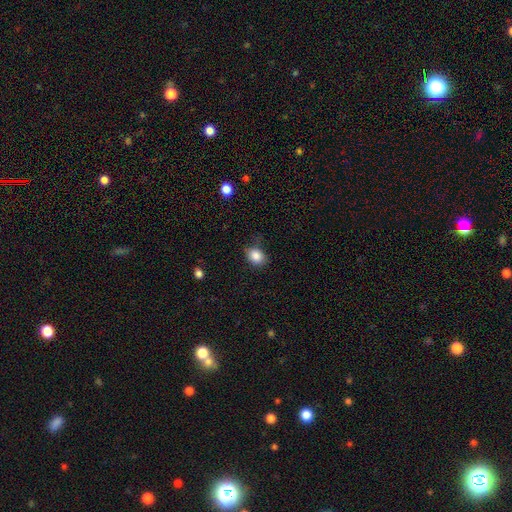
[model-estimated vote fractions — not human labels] Smooth or featured?
  - smooth: 85% *
  - star or artifact: 9%
  - featured or disk: 5%
How rounded?
  - in between: 55% *
  - round: 44%
  - cigar-shaped: 1%
Merging?
  - none: 73% *
  - minor disturbance: 21%
  - major disturbance: 5%
  - merger: 2%